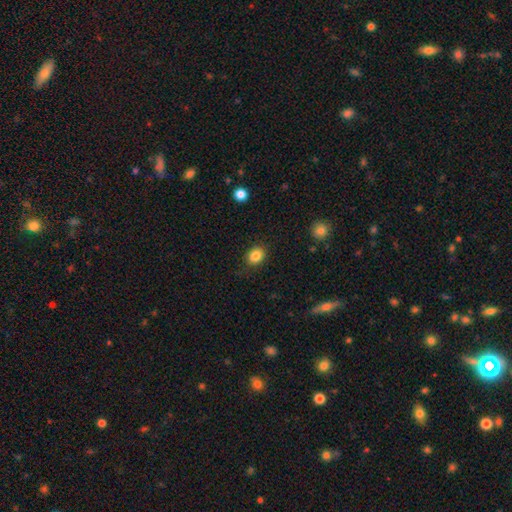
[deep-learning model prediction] Morphology: type=smooth (85%); roundness=round (50%); merging=none (86%).